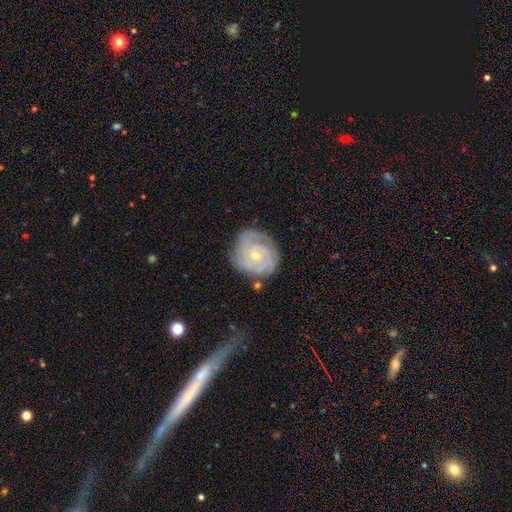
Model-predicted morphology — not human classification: Smooth or featured? featured or disk (84%)
Edge-on disk? no (98%)
Bar? no (74%)
Spiral arms? yes (96%)
Spiral winding? tight (75%)
Spiral arm count? 3 (34%)
Bulge size? small (54%)
Merging? none (73%)